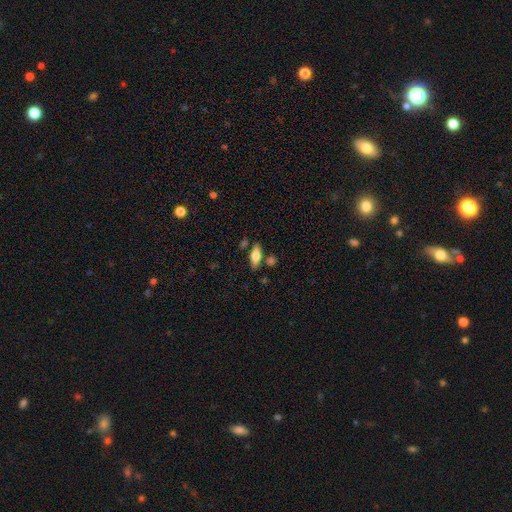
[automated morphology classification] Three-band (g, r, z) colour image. It shows a smooth galaxy with no disk features (67%) that is in between round and cigar-shaped (71%). Merging: none (77%).